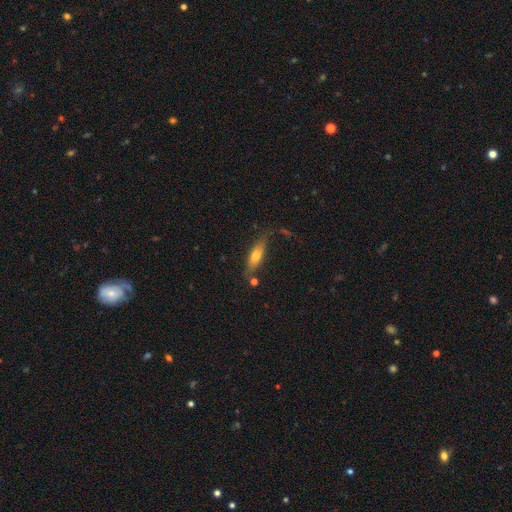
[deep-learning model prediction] Overall: smooth (59%; featured or disk 33%). How rounded: cigar-shaped (57%; in between 40%). Merging: none (67%).